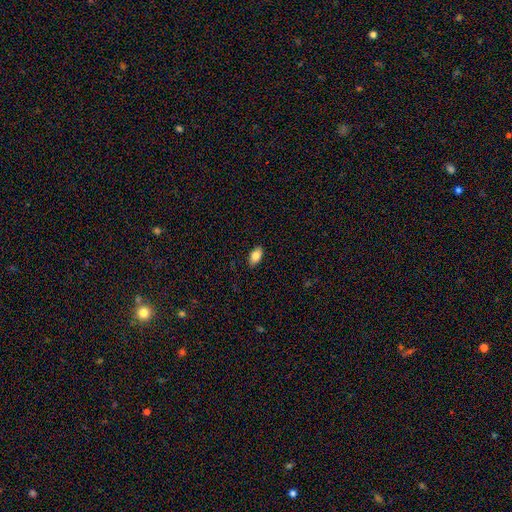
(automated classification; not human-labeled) Morphology: type=smooth (84%); roundness=in between (92%); merging=none (89%).